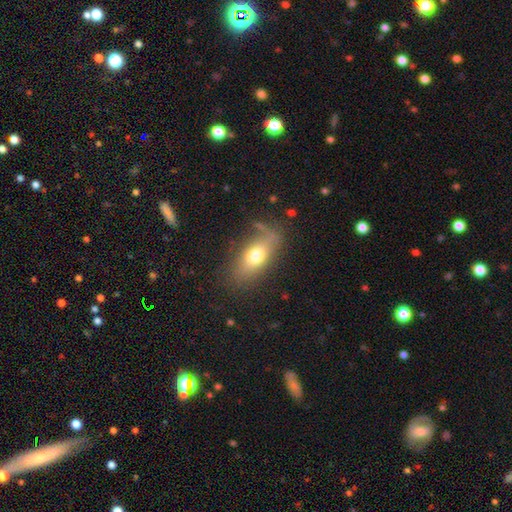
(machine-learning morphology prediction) Q: Smooth or featured?
A: smooth (67%); runner-up: featured or disk (24%)
Q: How rounded?
A: in between (78%); runner-up: cigar-shaped (14%)
Q: Merging?
A: none (70%); runner-up: minor disturbance (18%)